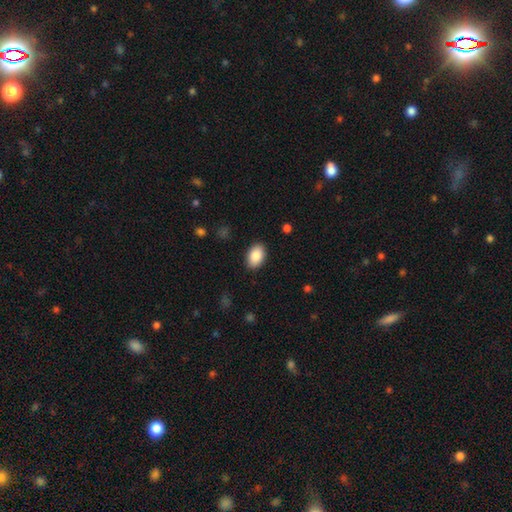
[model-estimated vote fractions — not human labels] Smooth or featured? smooth (88%)
How rounded? in between (90%)
Merging? none (89%)